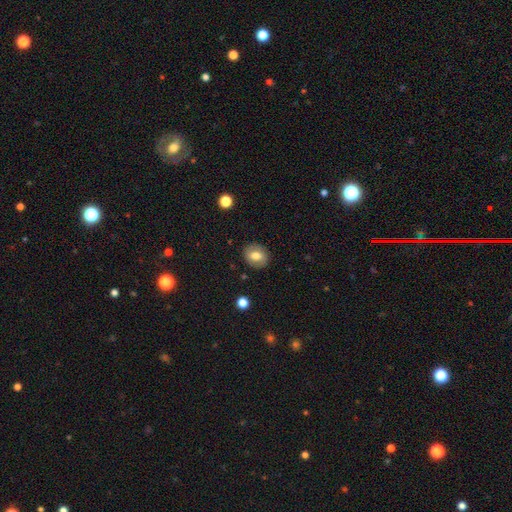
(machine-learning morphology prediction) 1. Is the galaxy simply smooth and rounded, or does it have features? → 69% smooth, 23% featured or disk, 8% star or artifact.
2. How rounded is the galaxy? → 59% round, 40% in between, 1% cigar-shaped.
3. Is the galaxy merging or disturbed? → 86% none, 10% minor disturbance, 3% major disturbance, 1% merger.